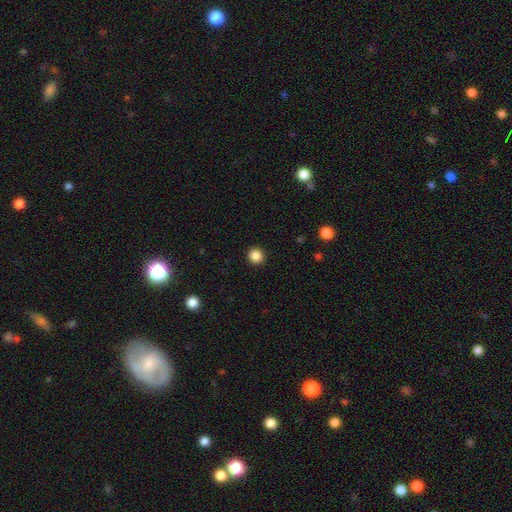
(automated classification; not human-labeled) smooth_or_featured: smooth (p=0.86) [alt: star or artifact p=0.11]
how_rounded: round (p=0.93) [alt: in between p=0.06]
merging: none (p=0.93) [alt: minor disturbance p=0.05]